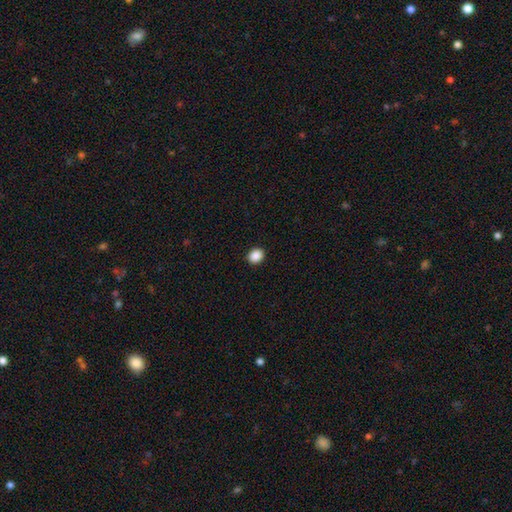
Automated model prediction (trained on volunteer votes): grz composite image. It shows a smooth galaxy with no disk features (89%) that is round (63%). Merging: none (92%).